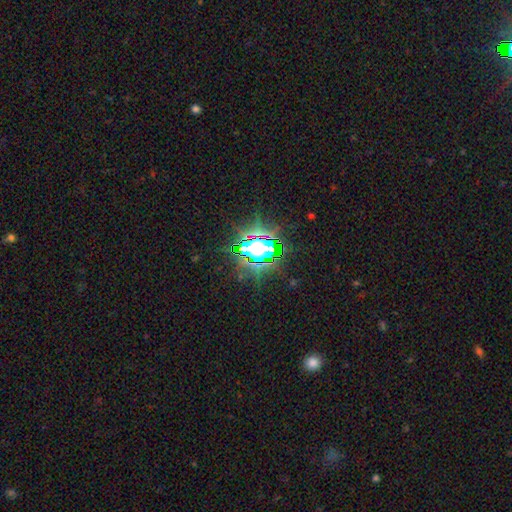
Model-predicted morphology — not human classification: Smooth or featured: star or artifact — 80% (smooth — 13%)